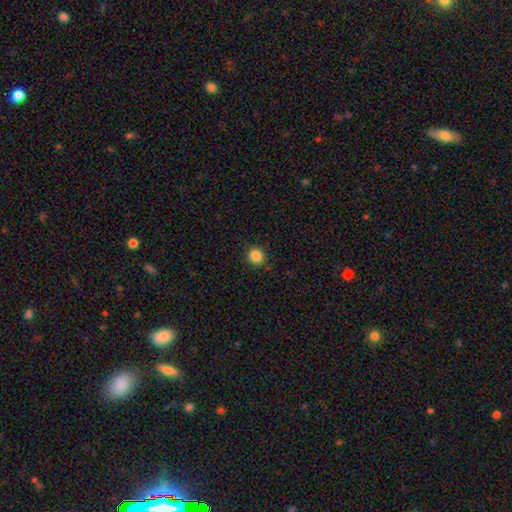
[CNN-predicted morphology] Smooth or featured? smooth (86%)
How rounded? round (91%)
Merging? none (91%)